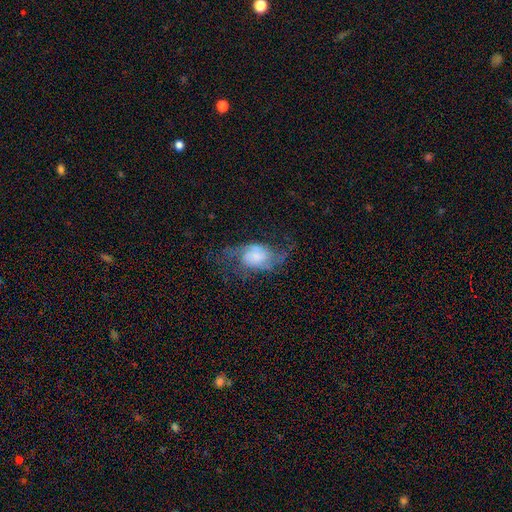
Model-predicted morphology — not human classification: This appears to be a featured or disk galaxy (61%) with no bar (67%), spiral arms (84%) and a small central bulge (26%). Merging: none (50%).